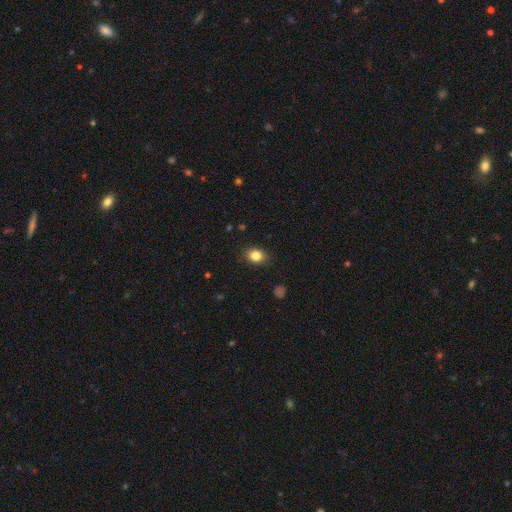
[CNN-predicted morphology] Q: Smooth or featured?
A: smooth (84%); runner-up: star or artifact (10%)
Q: How rounded?
A: in between (59%); runner-up: round (40%)
Q: Merging?
A: none (87%); runner-up: minor disturbance (10%)